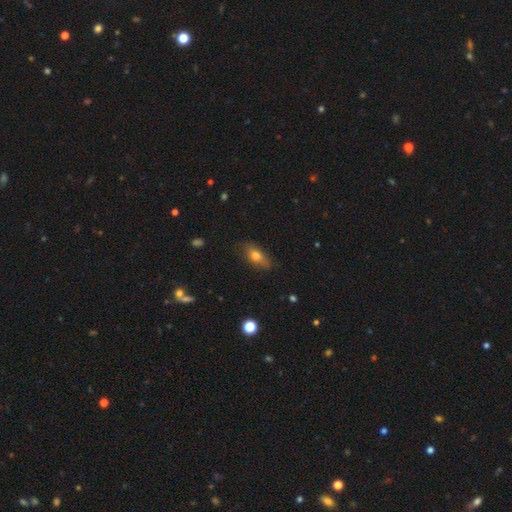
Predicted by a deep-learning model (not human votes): Smooth or featured? smooth (72%)
How rounded? in between (77%)
Merging? none (76%)